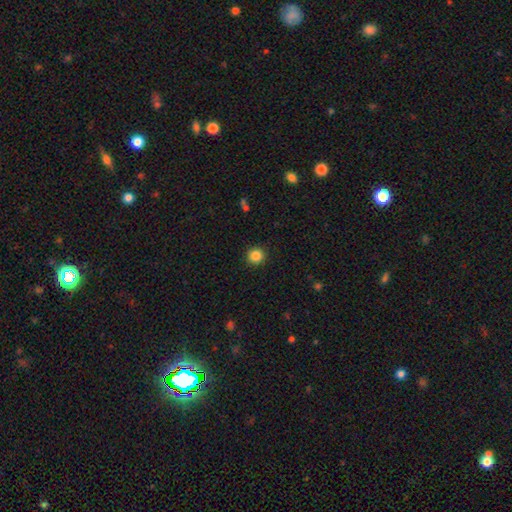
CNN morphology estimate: smooth_or_featured: smooth (p=0.85) [alt: star or artifact p=0.11]
how_rounded: round (p=0.93) [alt: in between p=0.06]
merging: none (p=0.92) [alt: minor disturbance p=0.05]